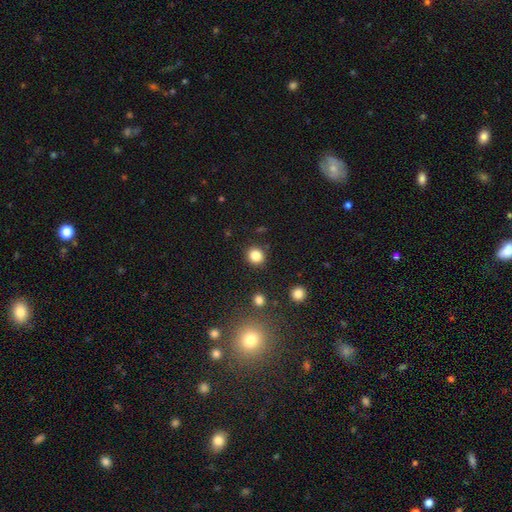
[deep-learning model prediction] This appears to be a smooth galaxy with no disk features (84%) that is round (85%). Merging: none (89%).